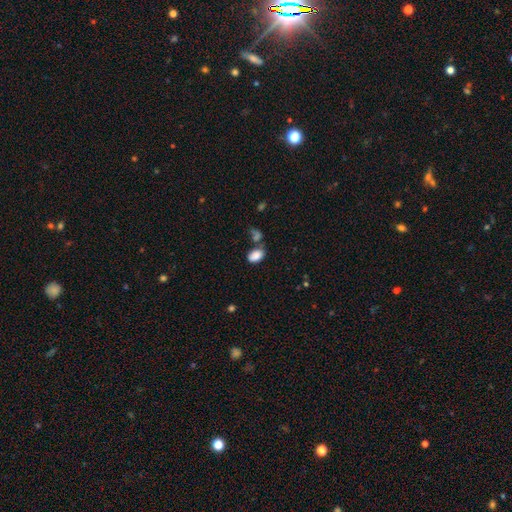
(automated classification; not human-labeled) Smooth or featured: smooth — 85% (star or artifact — 9%)
How rounded: in between — 89% (round — 10%)
Merging: none — 52% (merger — 23%)